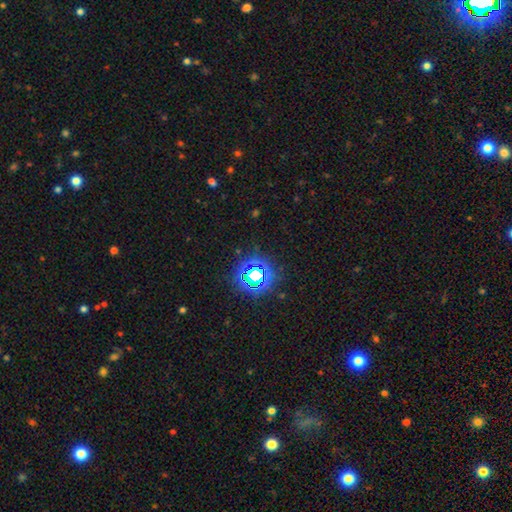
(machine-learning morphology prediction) Overall: star or artifact (79%).